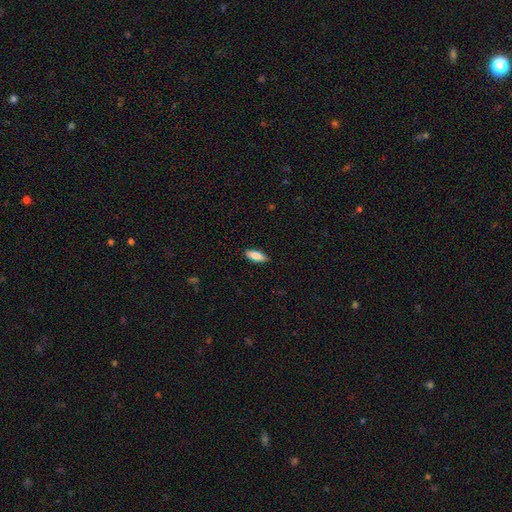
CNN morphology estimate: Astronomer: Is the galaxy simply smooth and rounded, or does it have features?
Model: smooth — 85%.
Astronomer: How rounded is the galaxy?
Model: in between — 69%.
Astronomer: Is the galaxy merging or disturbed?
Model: none — 87%.